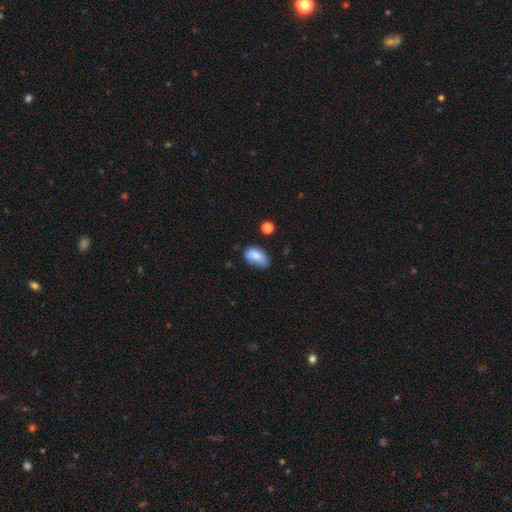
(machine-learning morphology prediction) Smooth or featured? smooth (78%)
How rounded? in between (88%)
Merging? none (49%)